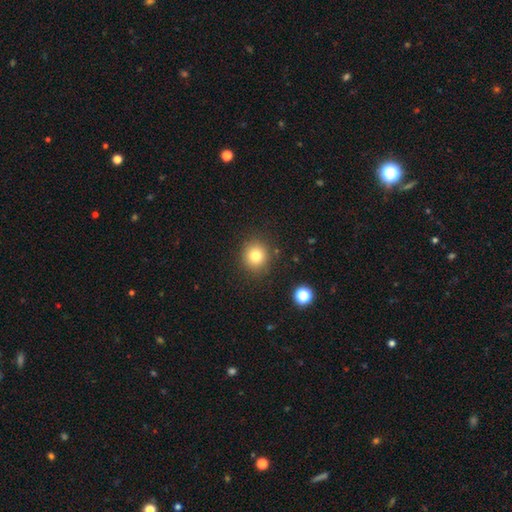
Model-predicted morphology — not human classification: This appears to be a smooth galaxy with no disk features (80%) that is round (90%). Merging: none (88%).